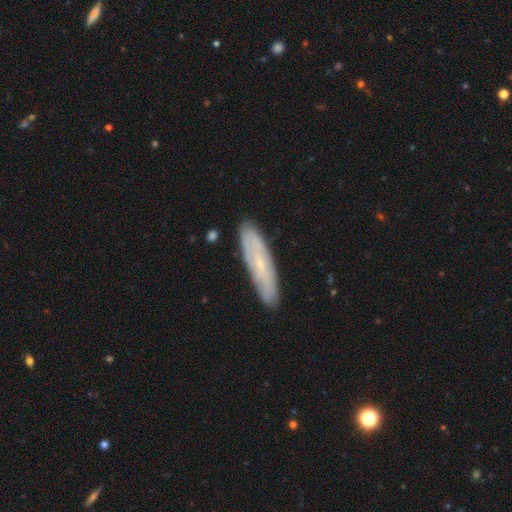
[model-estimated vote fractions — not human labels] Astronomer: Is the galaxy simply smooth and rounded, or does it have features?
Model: featured or disk — 50% (runner-up: smooth, 40%).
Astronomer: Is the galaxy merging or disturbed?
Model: none — 85%.